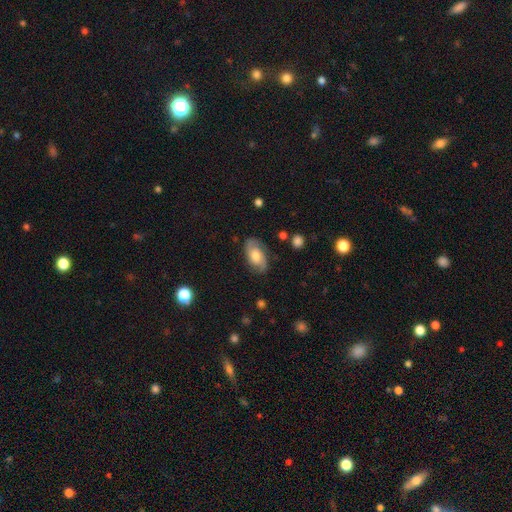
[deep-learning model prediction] featured or disk 63%, smooth 30%, star or artifact 7%. Down the decision tree: edge-on disk — no (95%); bar — no (66%); spiral arms — yes (90%); spiral arm count — 2 (84%); spiral winding — medium (45%); bulge size — moderate (59%); merging — none (79%).